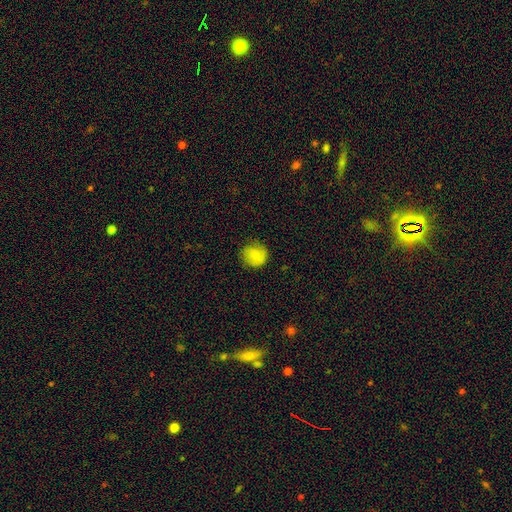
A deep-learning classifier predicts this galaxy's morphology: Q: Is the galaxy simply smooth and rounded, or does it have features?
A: smooth — 79%.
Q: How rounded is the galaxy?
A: round — 87%.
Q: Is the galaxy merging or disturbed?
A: none — 75%.